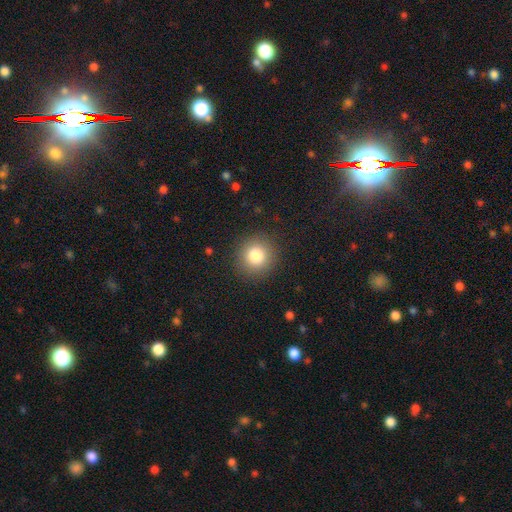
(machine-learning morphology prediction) smooth_or_featured: smooth (p=0.82) [alt: star or artifact p=0.11]
how_rounded: round (p=0.93) [alt: in between p=0.06]
merging: none (p=0.90) [alt: minor disturbance p=0.07]